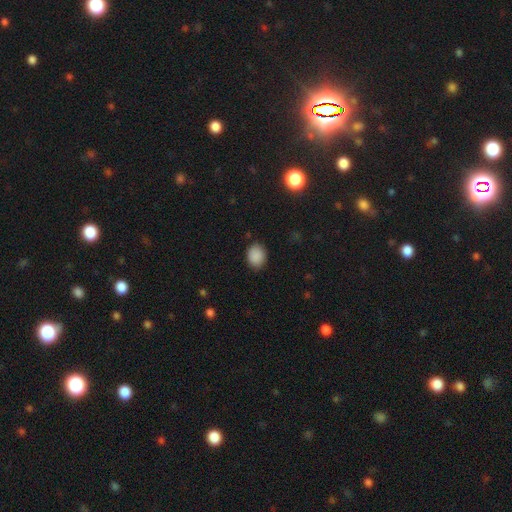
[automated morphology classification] A smooth galaxy with no disk features (88%) that is in between round and cigar-shaped (53%). Merging: none (85%).